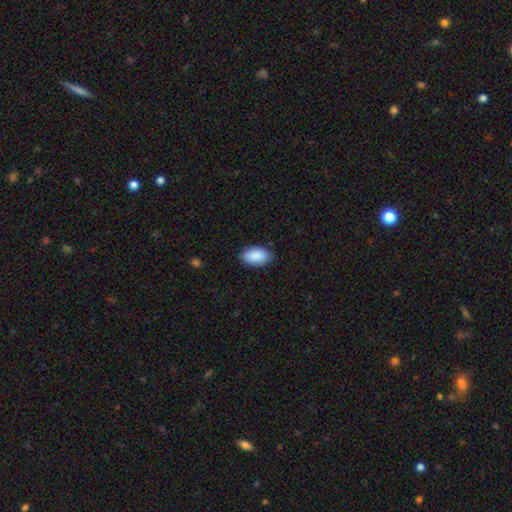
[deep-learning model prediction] Overall: smooth (90%). How rounded: in between (95%). Merging: none (85%).